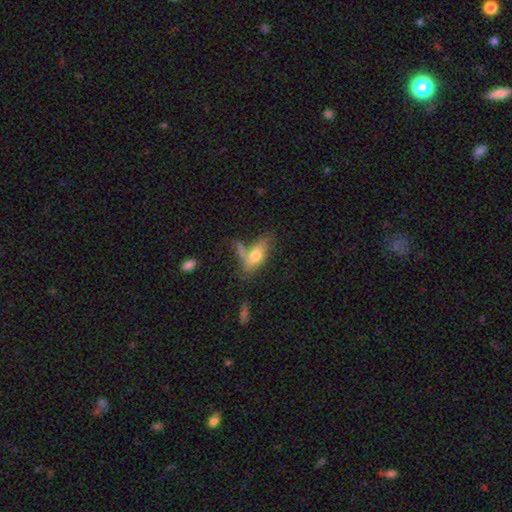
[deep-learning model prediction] This is likely a smooth galaxy (63%). How rounded: likely in between (76%). Merging: marginally none (42%).